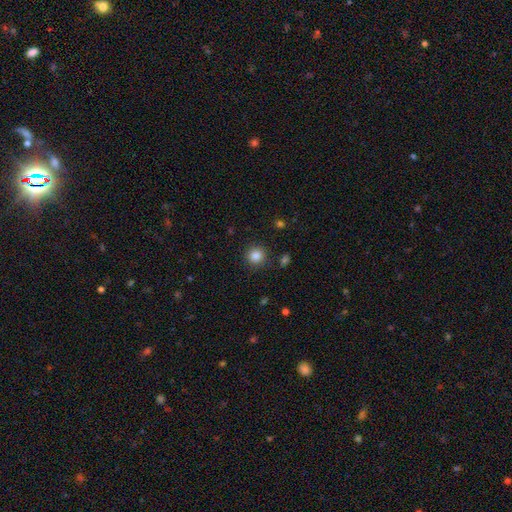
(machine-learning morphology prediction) This appears to be a smooth galaxy with no disk features (84%) that is round (93%). Merging: none (89%).